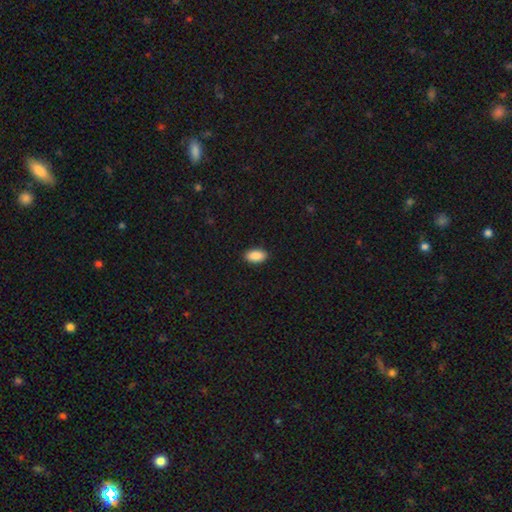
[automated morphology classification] Q: Smooth or featured?
A: smooth (90%); runner-up: star or artifact (7%)
Q: How rounded?
A: in between (94%); runner-up: round (4%)
Q: Merging?
A: none (90%); runner-up: minor disturbance (7%)